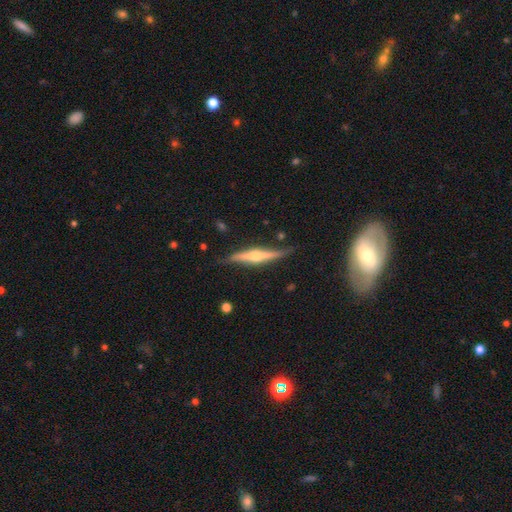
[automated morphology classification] A featured or disk galaxy (78%) viewed edge-on (96%) with a rounded central bulge (92%).

Vote fractions:
- Smooth or featured? featured or disk: 78% / smooth: 17% / star or artifact: 5%
- Edge-on disk? yes: 96% / no: 4%
- Edge-on bulge? rounded: 92% / none: 4% / boxy: 4%
- Merging? none: 78% / minor disturbance: 17% / major disturbance: 3% / merger: 2%